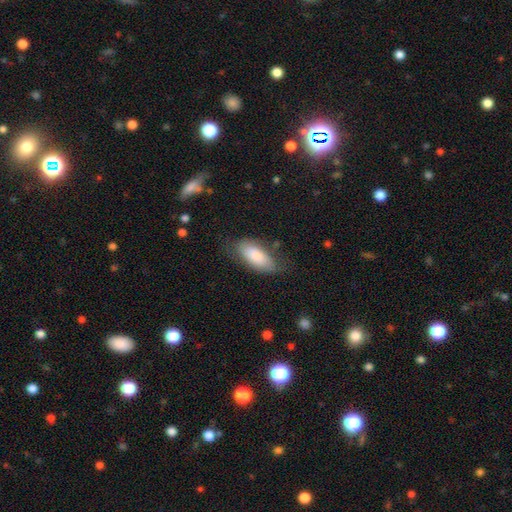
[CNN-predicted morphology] Overall: smooth (81%). How rounded: in between (87%). Merging: none (65%).